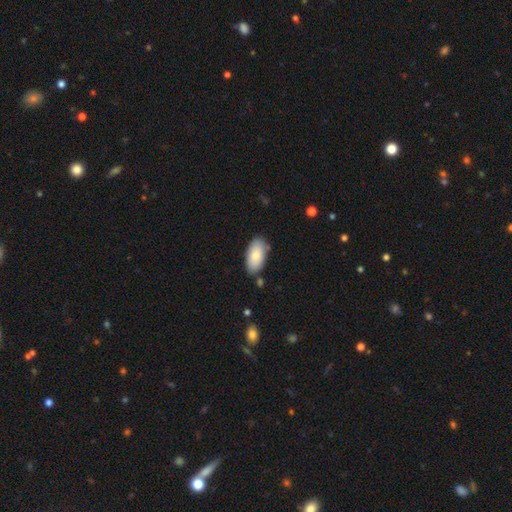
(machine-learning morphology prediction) This appears to be a smooth galaxy with no disk features (79%) that is in between round and cigar-shaped (95%). Merging: none (80%).